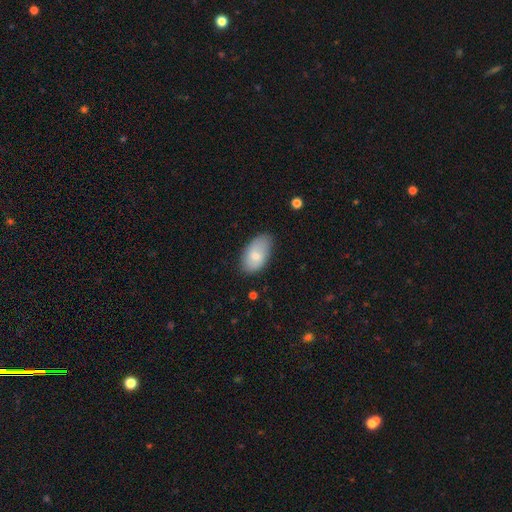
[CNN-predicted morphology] smooth 73%, featured or disk 20%, star or artifact 7%. Down the decision tree: how rounded — in between (94%); merging — none (71%).